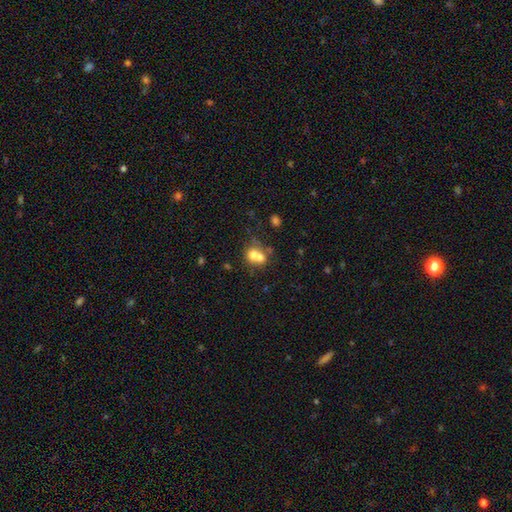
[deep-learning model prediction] smooth-or-featured: smooth: 65% | featured or disk: 23% | star or artifact: 12%
  how-rounded: round: 63% | in between: 36% | cigar-shaped: 1%
  merging: merger: 63% | none: 25% | minor disturbance: 7% | major disturbance: 5%